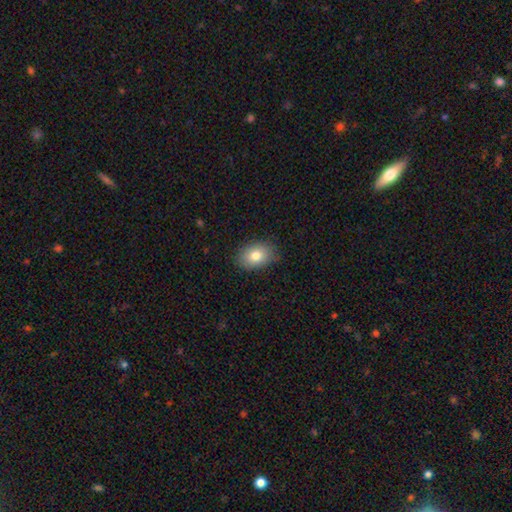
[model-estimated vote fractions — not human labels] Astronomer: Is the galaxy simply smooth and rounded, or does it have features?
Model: smooth — 79%.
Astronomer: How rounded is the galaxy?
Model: in between — 79%.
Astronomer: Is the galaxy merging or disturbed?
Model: none — 82%.